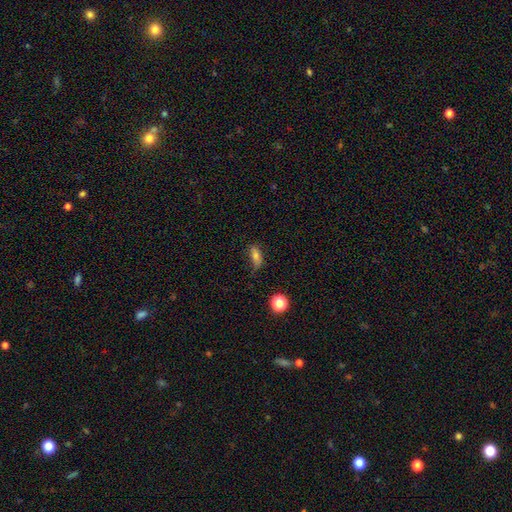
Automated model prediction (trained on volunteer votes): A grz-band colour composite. It shows a smooth galaxy with no disk features (71%) that is in between round and cigar-shaped (70%). Merging: none (61%).